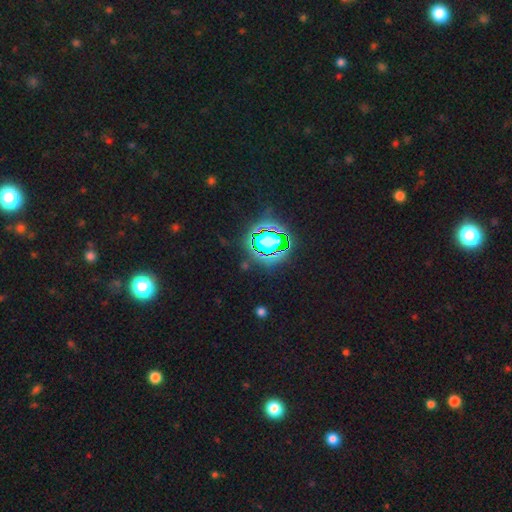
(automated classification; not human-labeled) A star or artifact, not a galaxy (82%).

Vote fractions:
- Smooth or featured? star or artifact: 82% / smooth: 12% / featured or disk: 7%